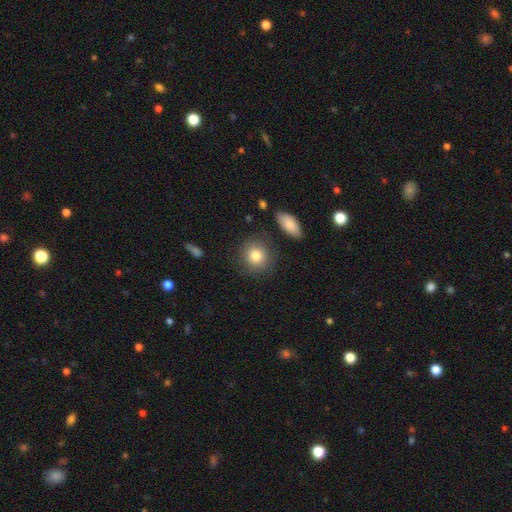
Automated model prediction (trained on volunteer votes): The model was most divided on "how rounded": round: 83%, in between: 16%, cigar-shaped: 1%. More confident: merging — none (82%); smooth or featured — smooth (81%).